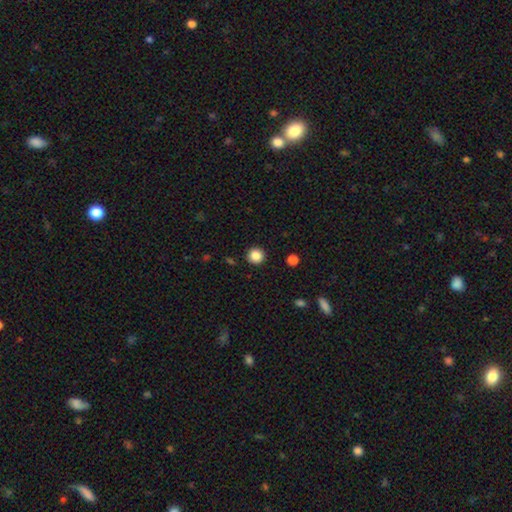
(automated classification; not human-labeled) A smooth galaxy with no disk features (86%) that is round (95%).

Vote fractions:
- Smooth or featured? smooth: 86% / star or artifact: 10% / featured or disk: 3%
- How rounded? round: 95% / in between: 4% / cigar-shaped: 1%
- Merging? none: 92% / minor disturbance: 5% / major disturbance: 2% / merger: 1%